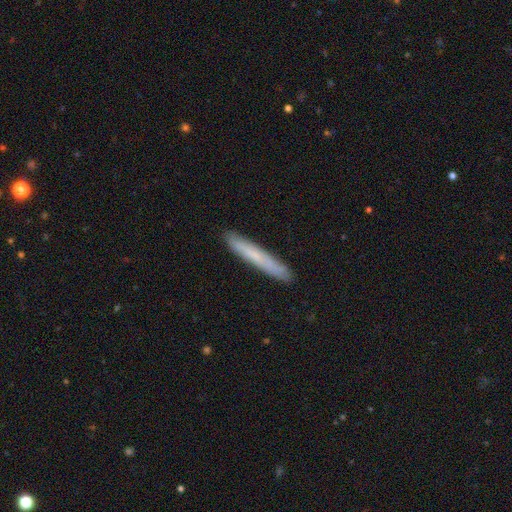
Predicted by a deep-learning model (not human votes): Smooth or featured?
  - smooth: 62% *
  - featured or disk: 31%
  - star or artifact: 7%
How rounded?
  - cigar-shaped: 95% *
  - in between: 3%
  - round: 1%
Merging?
  - none: 90% *
  - minor disturbance: 8%
  - major disturbance: 1%
  - merger: 1%